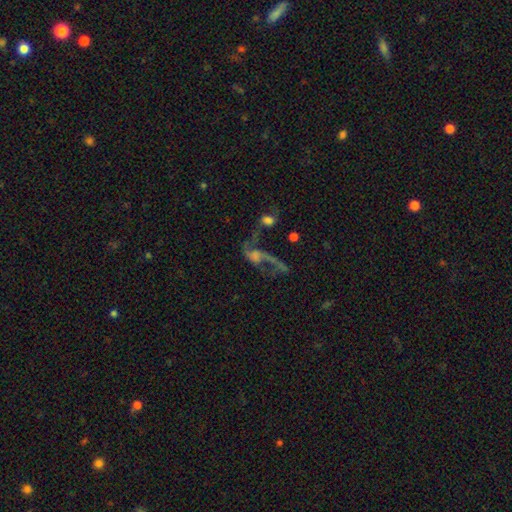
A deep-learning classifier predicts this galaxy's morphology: Q: Smooth or featured?
A: featured or disk (62%); runner-up: star or artifact (21%)
Q: Edge-on disk?
A: no (91%); runner-up: yes (9%)
Q: Bar?
A: no (67%); runner-up: weak (25%)
Q: Spiral arms?
A: yes (65%); runner-up: no (35%)
Q: Bulge size?
A: none (39%); runner-up: small (29%)
Q: Merging?
A: major disturbance (34%); runner-up: merger (29%)